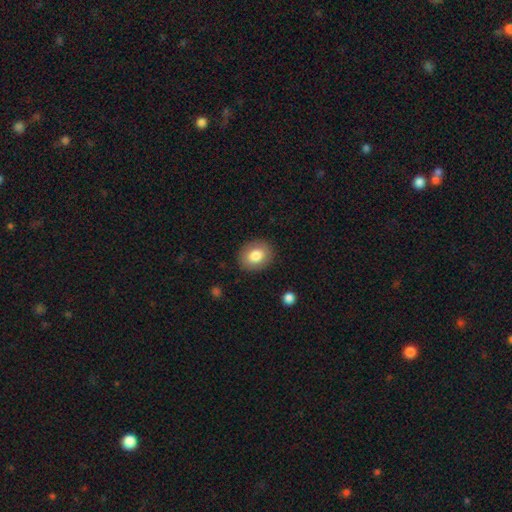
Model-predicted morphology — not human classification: Overall: smooth (80%). How rounded: round (53%; in between 46%). Merging: none (88%).